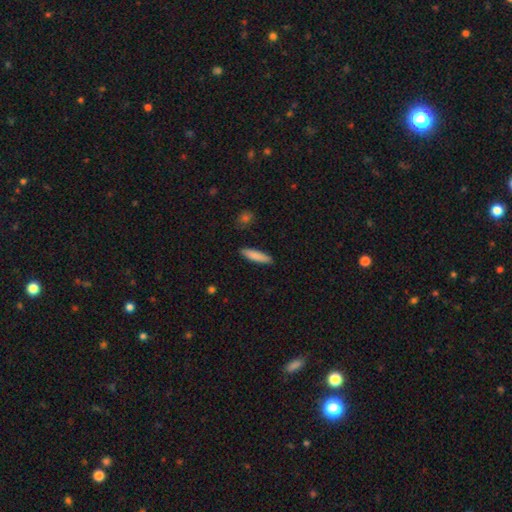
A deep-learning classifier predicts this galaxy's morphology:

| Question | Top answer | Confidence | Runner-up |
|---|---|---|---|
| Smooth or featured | smooth | 86% | featured or disk (8%) |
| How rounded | cigar-shaped | 76% | in between (23%) |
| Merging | none | 90% | minor disturbance (7%) |